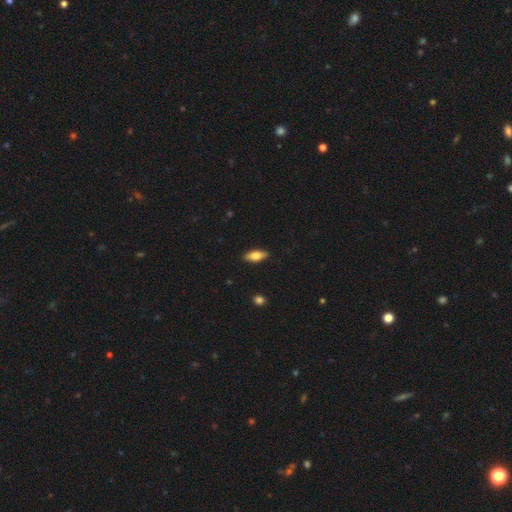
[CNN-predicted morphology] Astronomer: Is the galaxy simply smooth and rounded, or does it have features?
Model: smooth — 73%.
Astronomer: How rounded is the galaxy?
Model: in between — 77%.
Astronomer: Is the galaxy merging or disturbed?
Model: none — 90%.